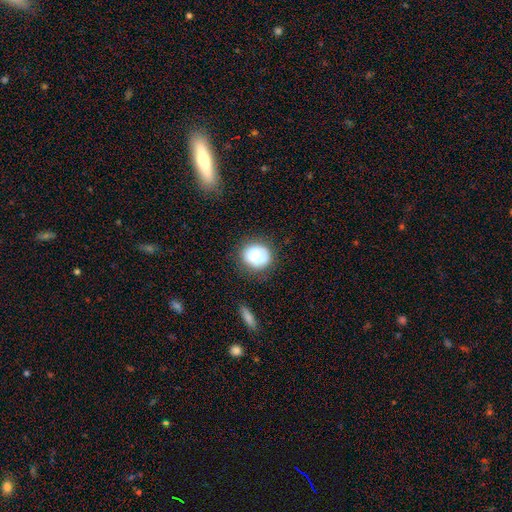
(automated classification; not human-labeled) Overall: smooth (74%). How rounded: round (81%). Merging: none (65%).